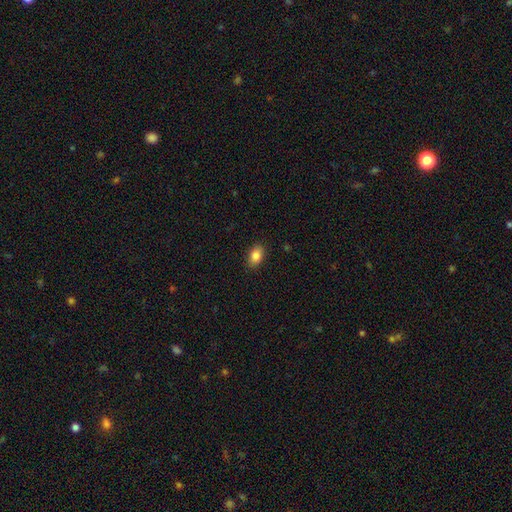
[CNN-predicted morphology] The model was most divided on "how rounded": in between: 87%, round: 11%, cigar-shaped: 2%. More confident: merging — none (89%); smooth or featured — smooth (86%).